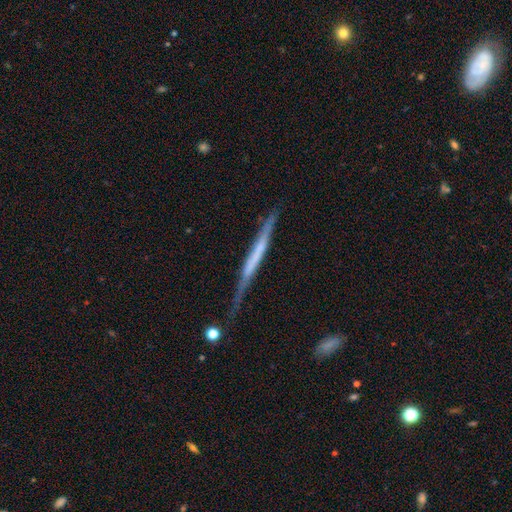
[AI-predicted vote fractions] Smooth or featured: featured or disk — 60% (smooth — 33%)
Edge-on disk: yes — 93% (no — 7%)
Edge-on bulge: none — 79% (boxy — 11%)
Merging: none — 57% (minor disturbance — 28%)